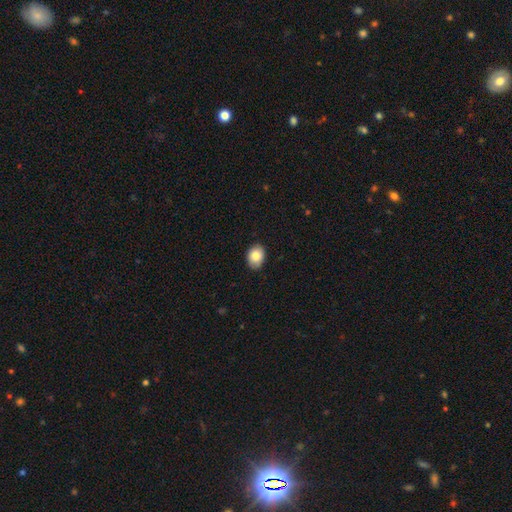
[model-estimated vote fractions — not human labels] Morphology: type=smooth (84%); roundness=in between (68%); merging=none (84%).